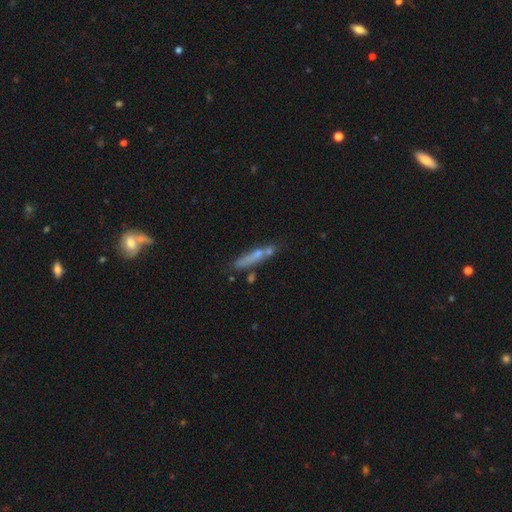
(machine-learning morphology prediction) This is possibly a smooth galaxy (54%). How rounded: clearly cigar-shaped (89%). Merging: likely none (64%).